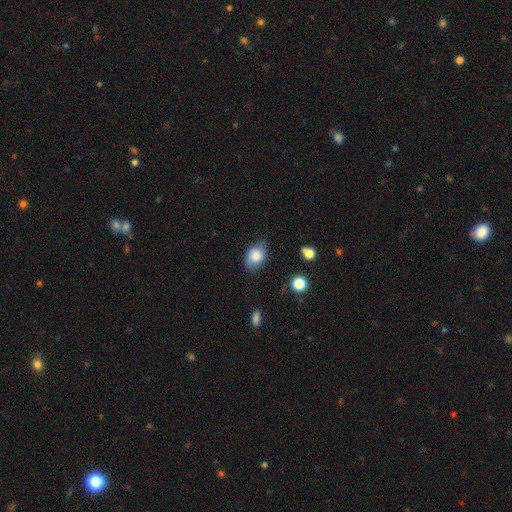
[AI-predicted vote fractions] A smooth galaxy with no disk features (82%) that is in between round and cigar-shaped (74%). Merging: none (66%).